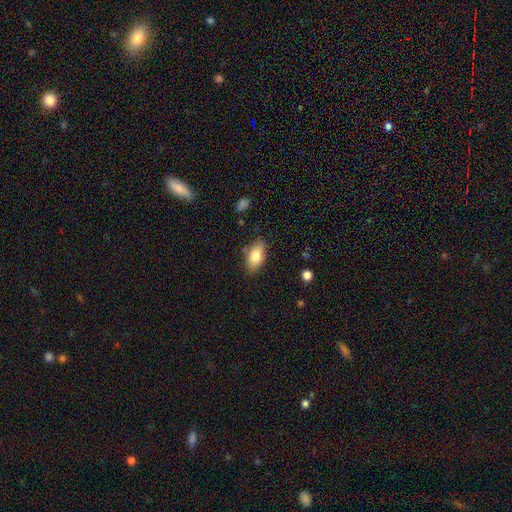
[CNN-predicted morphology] Smooth or featured? Predicted: smooth (p=0.80). How rounded? Predicted: in between (p=0.91). Merging? Predicted: none (p=0.83).